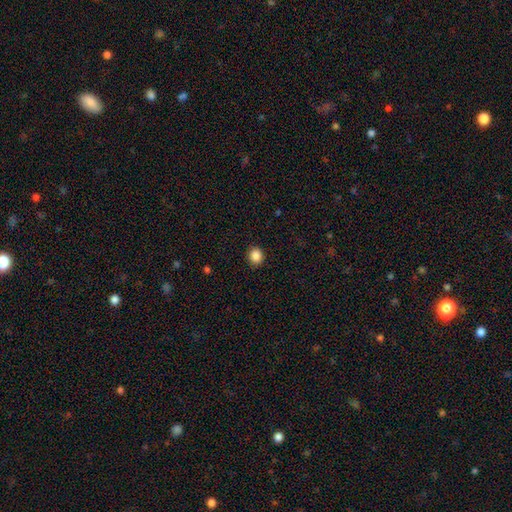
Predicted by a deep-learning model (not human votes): Smooth or featured? Predicted: smooth (p=0.87). How rounded? Predicted: round (p=0.78). Merging? Predicted: none (p=0.91).